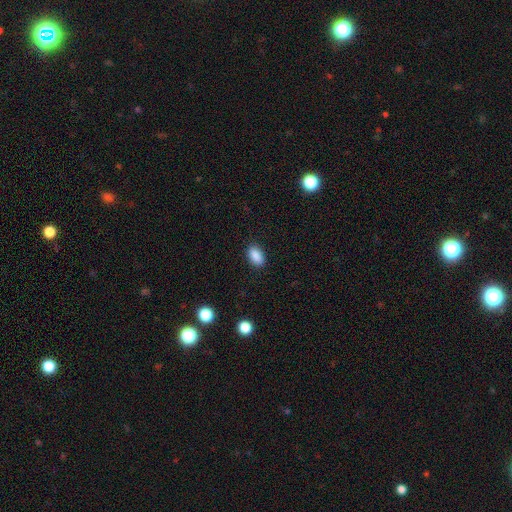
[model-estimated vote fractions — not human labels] Smooth or featured?
  - smooth: 88% *
  - star or artifact: 9%
  - featured or disk: 3%
How rounded?
  - in between: 91% *
  - round: 7%
  - cigar-shaped: 2%
Merging?
  - none: 88% *
  - minor disturbance: 9%
  - major disturbance: 2%
  - merger: 1%